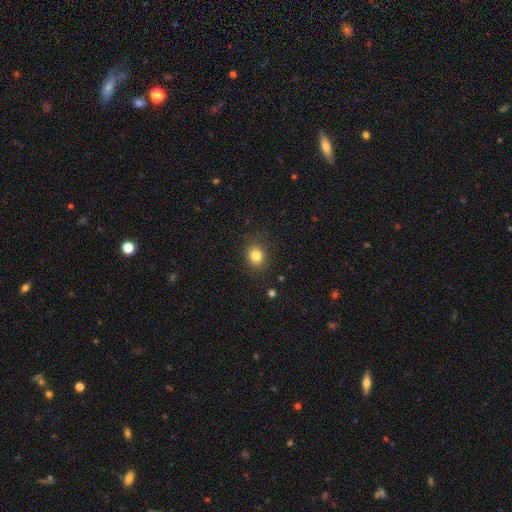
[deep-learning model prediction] Q: Smooth or featured?
A: smooth (82%); runner-up: star or artifact (11%)
Q: How rounded?
A: round (69%); runner-up: in between (30%)
Q: Merging?
A: none (87%); runner-up: minor disturbance (9%)